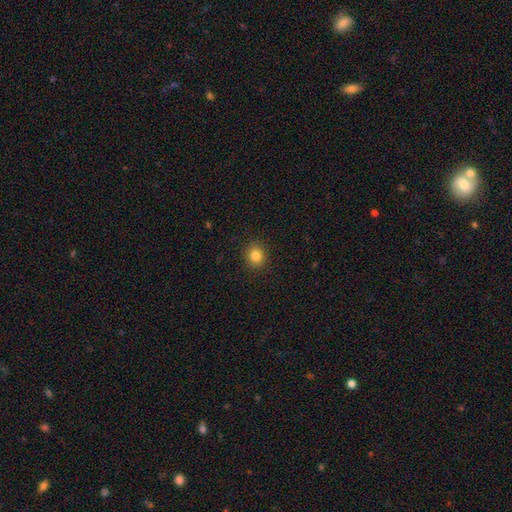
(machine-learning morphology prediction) The model was most divided on "how rounded": round: 82%, in between: 17%, cigar-shaped: 1%. More confident: merging — none (91%); smooth or featured — smooth (83%).